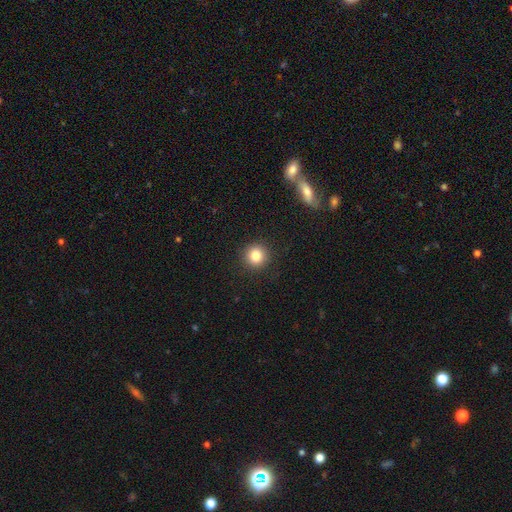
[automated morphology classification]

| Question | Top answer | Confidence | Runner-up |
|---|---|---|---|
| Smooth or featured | smooth | 82% | star or artifact (11%) |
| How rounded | round | 94% | in between (5%) |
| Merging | none | 92% | minor disturbance (5%) |